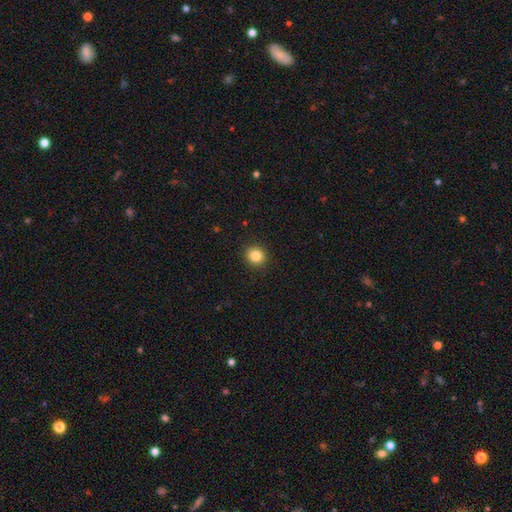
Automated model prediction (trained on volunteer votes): The model was most divided on "smooth or featured": smooth: 84%, star or artifact: 11%, featured or disk: 5%. More confident: merging — none (92%); how rounded — round (89%).